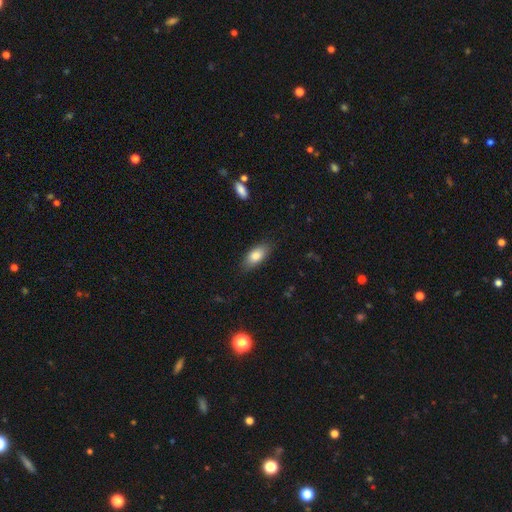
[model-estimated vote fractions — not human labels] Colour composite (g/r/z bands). It shows a smooth galaxy with no disk features (82%) that is in between round and cigar-shaped (87%). Merging: none (83%).